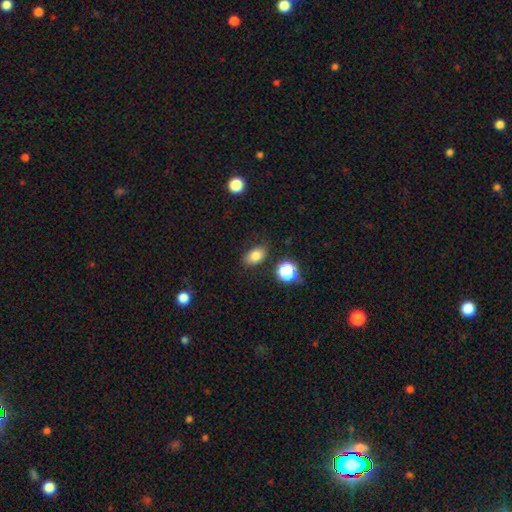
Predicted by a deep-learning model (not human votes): Smooth or featured? smooth (80%)
How rounded? in between (83%)
Merging? none (82%)